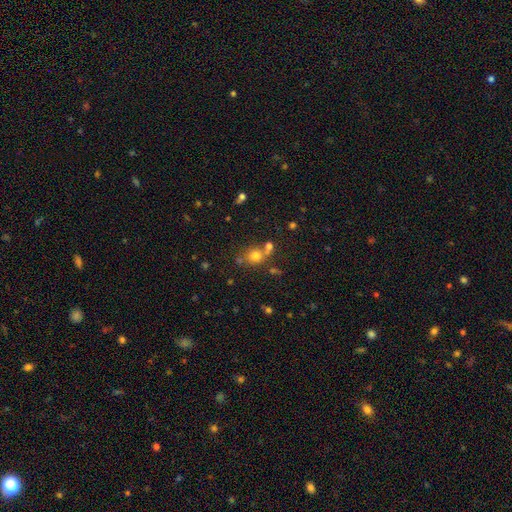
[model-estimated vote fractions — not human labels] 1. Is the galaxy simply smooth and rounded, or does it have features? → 71% smooth, 18% star or artifact, 11% featured or disk.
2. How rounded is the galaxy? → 75% round, 23% in between, 1% cigar-shaped.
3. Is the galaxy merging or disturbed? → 57% none, 26% merger, 11% minor disturbance, 5% major disturbance.